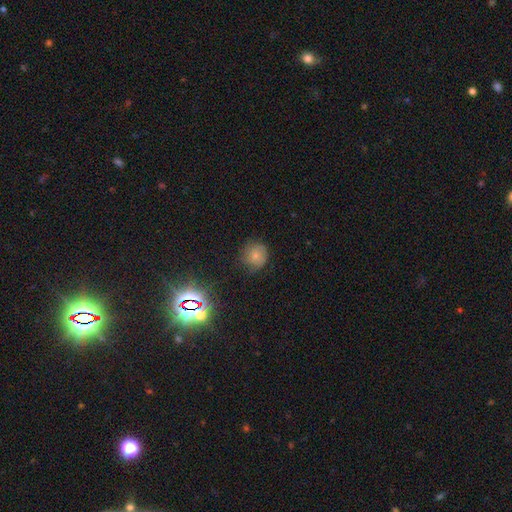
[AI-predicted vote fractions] smooth 68%, star or artifact 17%, featured or disk 15%. Down the decision tree: how rounded — round (87%); merging — none (70%).